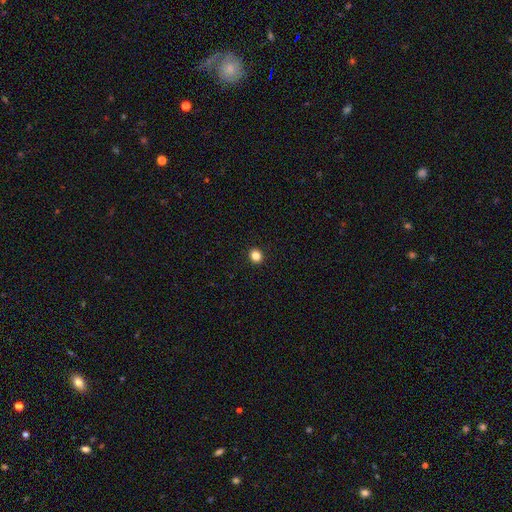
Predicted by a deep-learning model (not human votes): Smooth or featured? Predicted: smooth (p=0.85). How rounded? Predicted: round (p=0.82). Merging? Predicted: none (p=0.93).